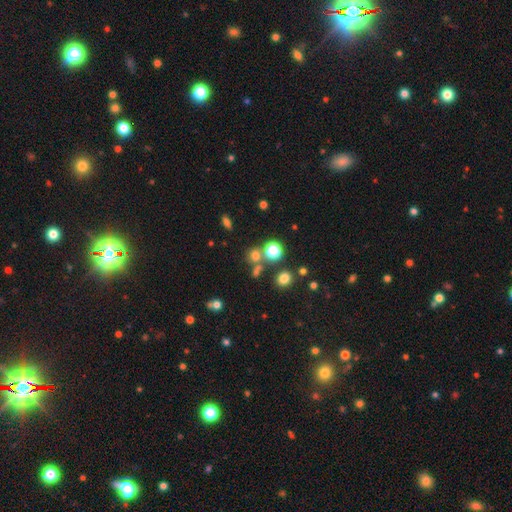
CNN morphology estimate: Q: Smooth or featured?
A: smooth (64%); runner-up: star or artifact (27%)
Q: How rounded?
A: round (86%); runner-up: in between (13%)
Q: Merging?
A: none (65%); runner-up: merger (22%)